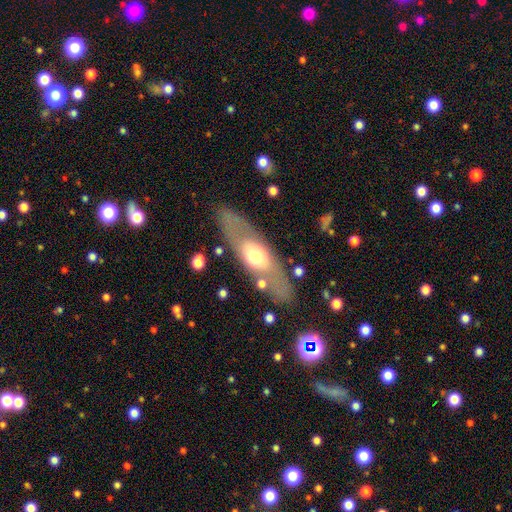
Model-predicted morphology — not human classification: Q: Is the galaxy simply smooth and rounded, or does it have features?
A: smooth — 47%.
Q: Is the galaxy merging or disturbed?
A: none — 77%.